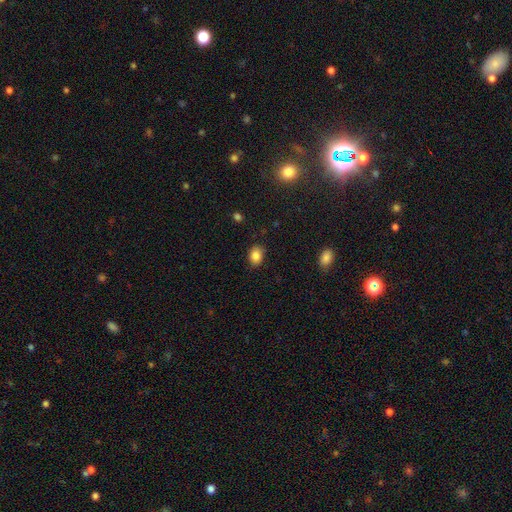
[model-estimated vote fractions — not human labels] smooth-or-featured: smooth: 86% | star or artifact: 10% | featured or disk: 5%
  how-rounded: in between: 65% | round: 34% | cigar-shaped: 1%
  merging: none: 83% | minor disturbance: 13% | major disturbance: 3% | merger: 1%